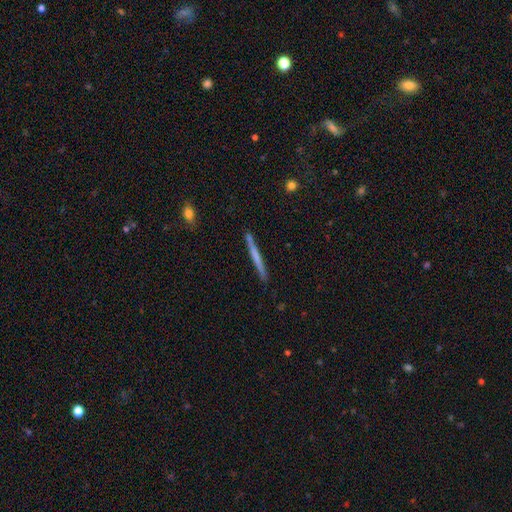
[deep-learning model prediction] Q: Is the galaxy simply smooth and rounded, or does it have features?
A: smooth — 51%.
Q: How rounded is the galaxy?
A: cigar-shaped — 97%.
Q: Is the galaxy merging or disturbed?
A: none — 89%.